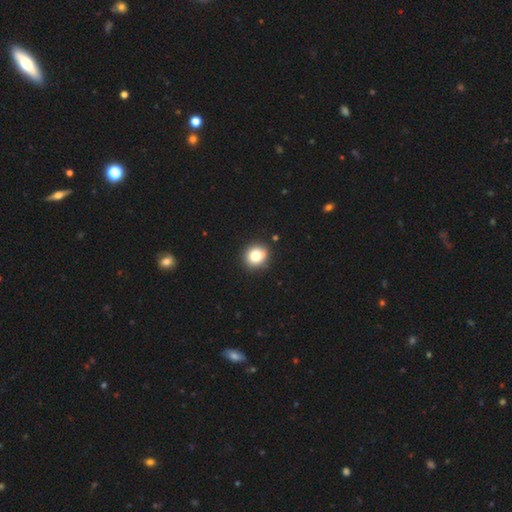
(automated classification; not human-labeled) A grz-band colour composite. It shows a smooth galaxy with no disk features (80%) that is round (81%). Merging: none (86%).